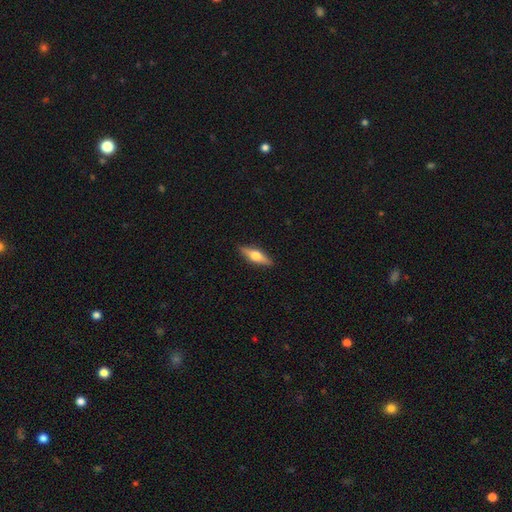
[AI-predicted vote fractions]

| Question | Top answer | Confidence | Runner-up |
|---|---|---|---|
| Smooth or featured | featured or disk | 54% | smooth (40%) |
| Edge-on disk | yes | 94% | no (6%) |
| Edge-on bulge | rounded | 94% | boxy (4%) |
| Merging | none | 90% | minor disturbance (8%) |